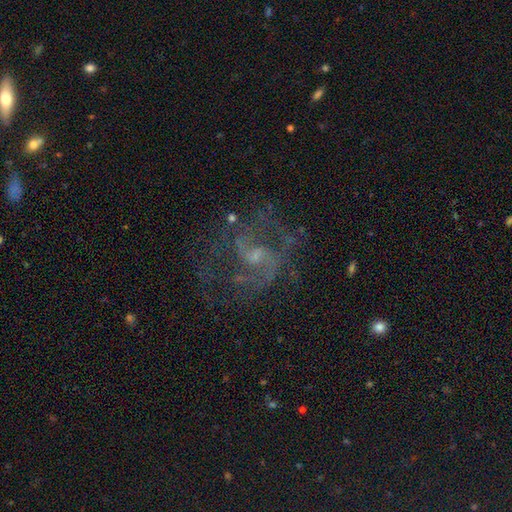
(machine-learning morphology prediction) Smooth or featured: featured or disk — 78% (star or artifact — 13%)
Edge-on disk: no — 98% (yes — 2%)
Bar: weak — 46% (no — 45%)
Spiral arms: yes — 87% (no — 13%)
Spiral winding: medium — 50% (loose — 34%)
Spiral arm count: 2 — 62% (can't tell — 18%)
Bulge size: small — 56% (moderate — 27%)
Merging: none — 62% (major disturbance — 20%)